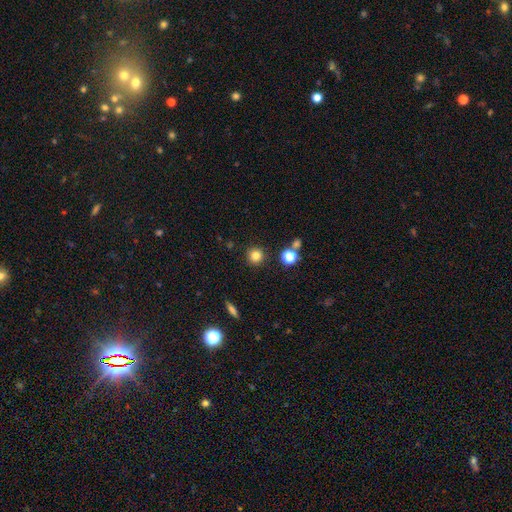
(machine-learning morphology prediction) Smooth or featured? smooth (81%)
How rounded? round (94%)
Merging? none (88%)